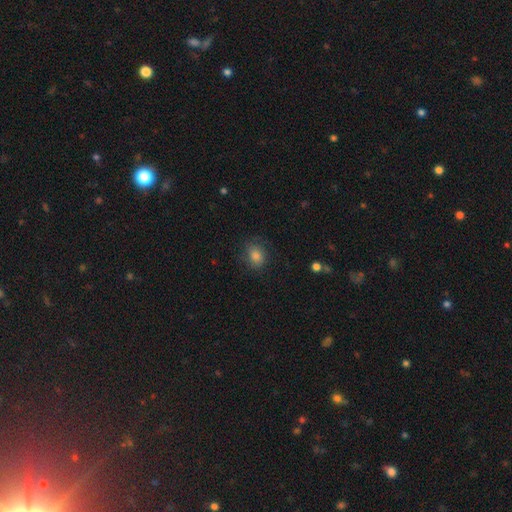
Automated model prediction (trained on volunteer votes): This is likely a smooth galaxy (78%). How rounded: possibly round (52%). Merging: likely none (74%).